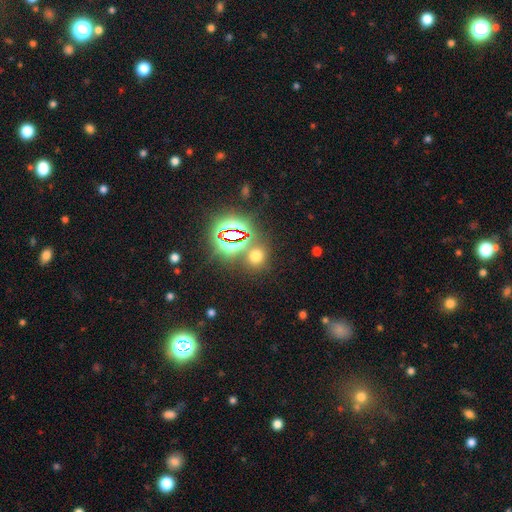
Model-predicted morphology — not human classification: Smooth or featured? smooth (54%)
How rounded? round (73%)
Merging? none (76%)